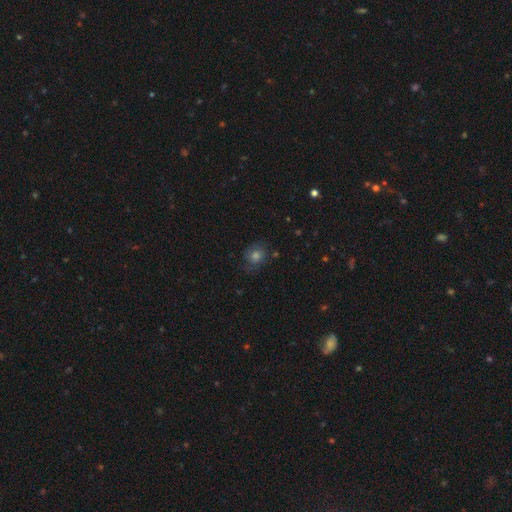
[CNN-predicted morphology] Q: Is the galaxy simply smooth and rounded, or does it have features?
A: smooth — 57%.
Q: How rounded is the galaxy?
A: round — 71%.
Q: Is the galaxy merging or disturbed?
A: none — 72%.